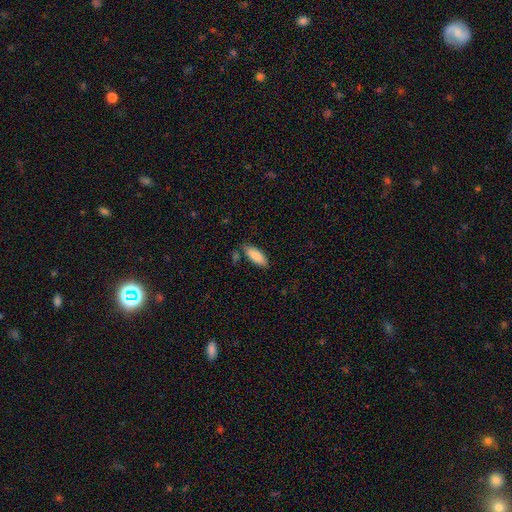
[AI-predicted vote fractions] Smooth or featured? Predicted: smooth (p=0.87). How rounded? Predicted: in between (p=0.73). Merging? Predicted: none (p=0.78).